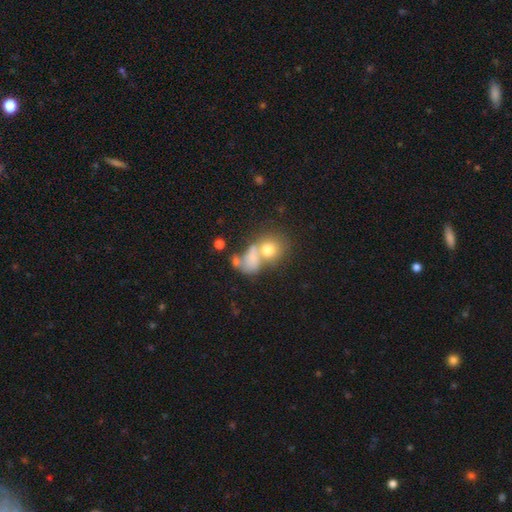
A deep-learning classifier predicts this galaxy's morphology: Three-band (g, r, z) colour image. It shows a smooth galaxy with no disk features (62%) that is round (54%). Merging: merger (55%).